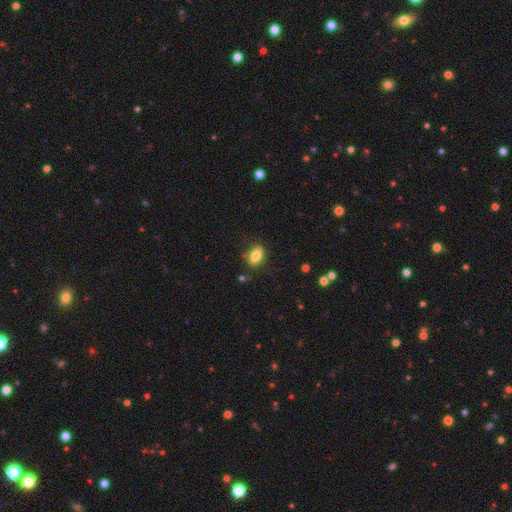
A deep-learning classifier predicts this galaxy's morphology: The model was most divided on "merging": none: 80%, minor disturbance: 14%, major disturbance: 4%, merger: 2%. More confident: how rounded — in between (87%); smooth or featured — smooth (83%).